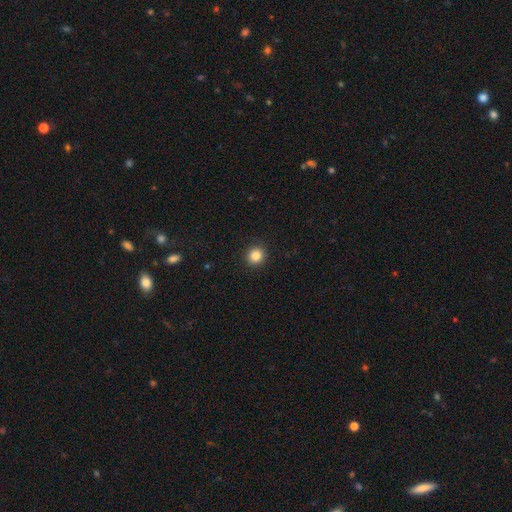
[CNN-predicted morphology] Q: Smooth or featured?
A: smooth (84%); runner-up: star or artifact (11%)
Q: How rounded?
A: round (91%); runner-up: in between (8%)
Q: Merging?
A: none (92%); runner-up: minor disturbance (5%)